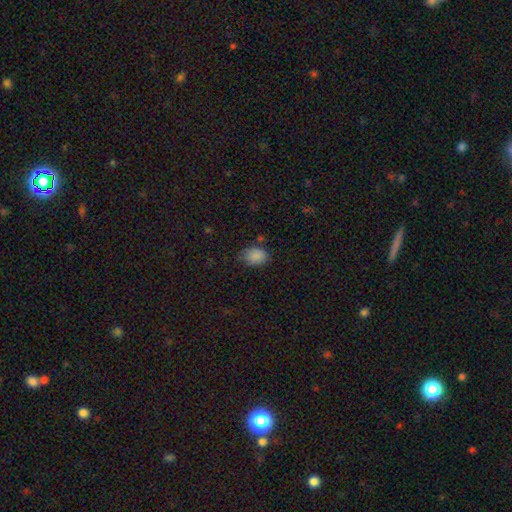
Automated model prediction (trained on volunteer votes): A smooth galaxy with no disk features (86%) that is in between round and cigar-shaped (74%). Merging: none (71%).